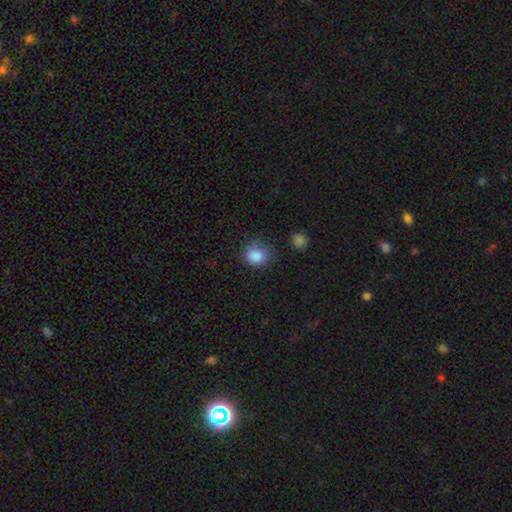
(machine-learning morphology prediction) Smooth or featured? smooth (86%)
How rounded? round (70%)
Merging? none (63%)